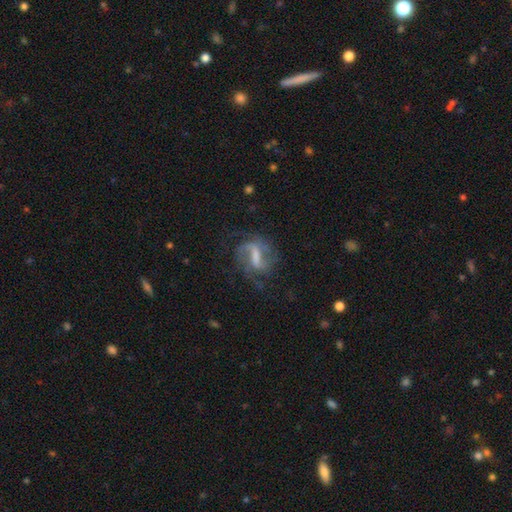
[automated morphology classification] smooth_or_featured: featured or disk (p=0.77) [alt: smooth p=0.15]
disk_edge_on: no (p=0.95) [alt: yes p=0.05]
bar: strong (p=0.50) [alt: weak p=0.39]
has_spiral_arms: yes (p=0.89) [alt: no p=0.11]
spiral_winding: medium (p=0.46) [alt: loose p=0.34]
spiral_arm_count: 2 (p=0.65) [alt: can't tell p=0.15]
bulge_size: none (p=0.32) [alt: moderate p=0.30]
merging: none (p=0.58) [alt: major disturbance p=0.21]